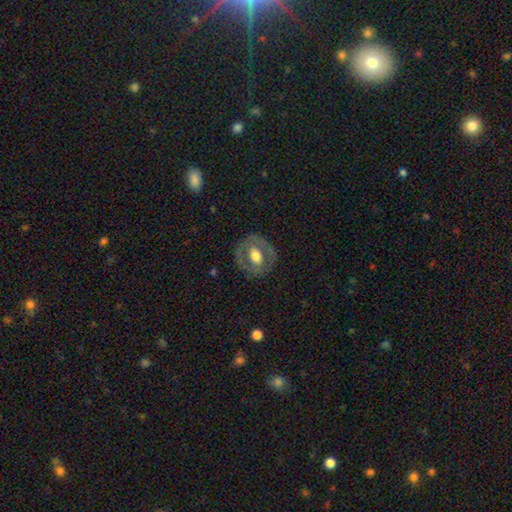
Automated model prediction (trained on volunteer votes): The model was most divided on "smooth or featured": featured or disk: 52%, smooth: 41%, star or artifact: 7%. More confident: edge-on disk — no (94%); merging — none (80%).